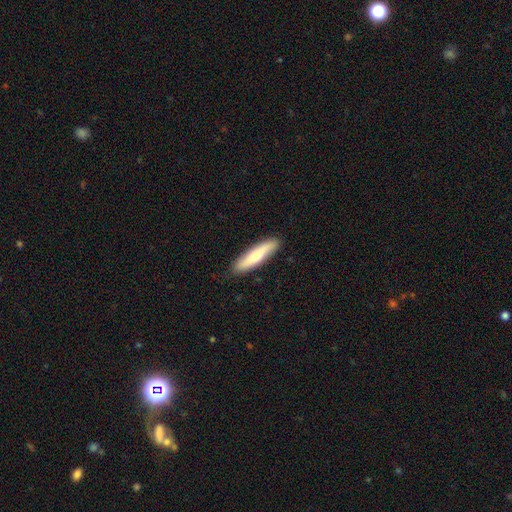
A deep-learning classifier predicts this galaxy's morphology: smooth 70%, featured or disk 25%, star or artifact 5%. Down the decision tree: how rounded — cigar-shaped (79%); merging — none (88%).